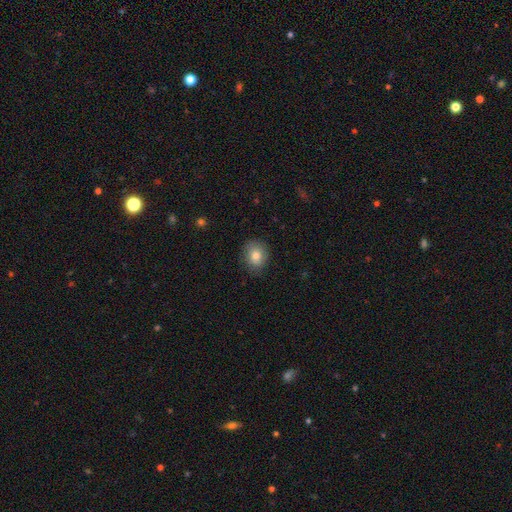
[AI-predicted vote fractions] A smooth galaxy with no disk features (81%) that is round (66%). Merging: none (82%).